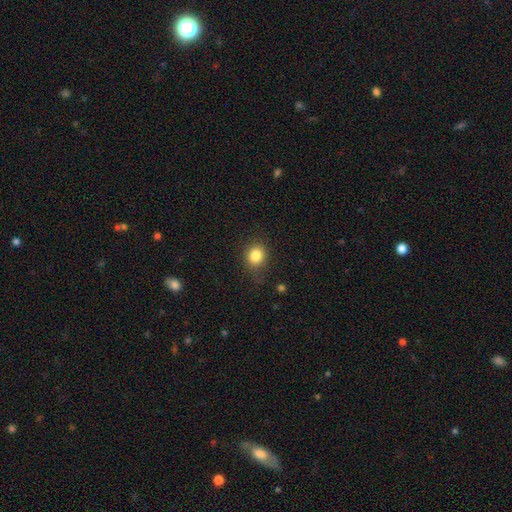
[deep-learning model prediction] Q: Smooth or featured?
A: smooth (83%); runner-up: star or artifact (11%)
Q: How rounded?
A: round (75%); runner-up: in between (24%)
Q: Merging?
A: none (80%); runner-up: minor disturbance (14%)